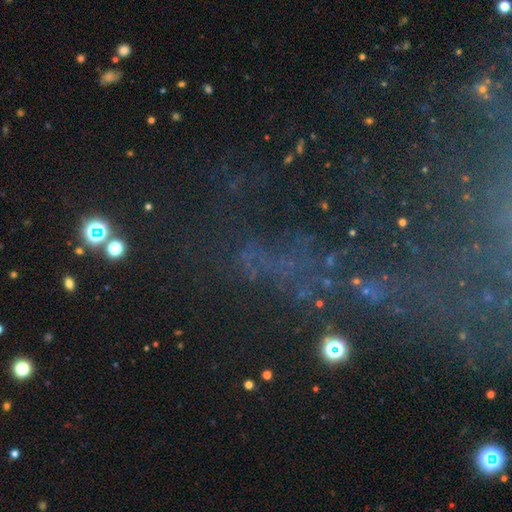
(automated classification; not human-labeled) smooth-or-featured: star or artifact: 55% | featured or disk: 23% | smooth: 22%